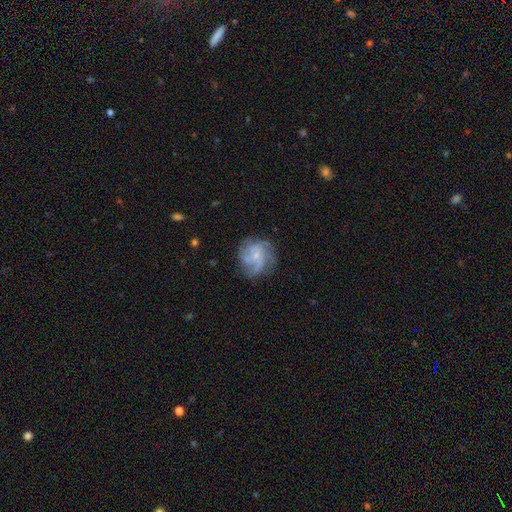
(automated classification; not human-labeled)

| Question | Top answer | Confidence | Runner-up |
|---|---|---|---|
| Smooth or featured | featured or disk | 70% | smooth (22%) |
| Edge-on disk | no | 98% | yes (2%) |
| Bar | no | 74% | weak (23%) |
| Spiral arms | yes | 89% | no (11%) |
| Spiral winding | medium | 46% | tight (32%) |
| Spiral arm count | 3 | 34% | can't tell (23%) |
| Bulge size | small | 70% | moderate (19%) |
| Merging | none | 65% | minor disturbance (20%) |